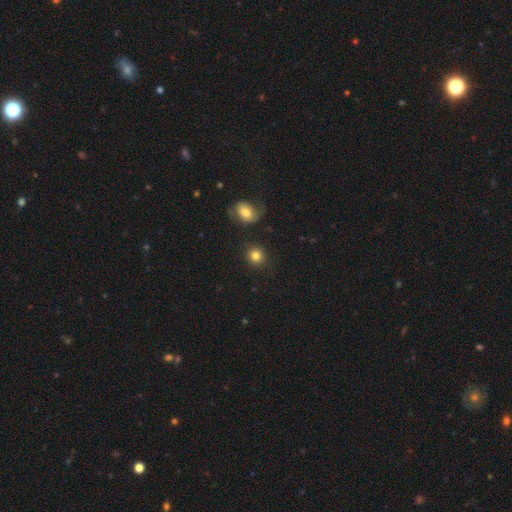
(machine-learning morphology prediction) The model was most divided on "smooth or featured": smooth: 82%, star or artifact: 11%, featured or disk: 7%. More confident: how rounded — round (89%); merging — none (84%).